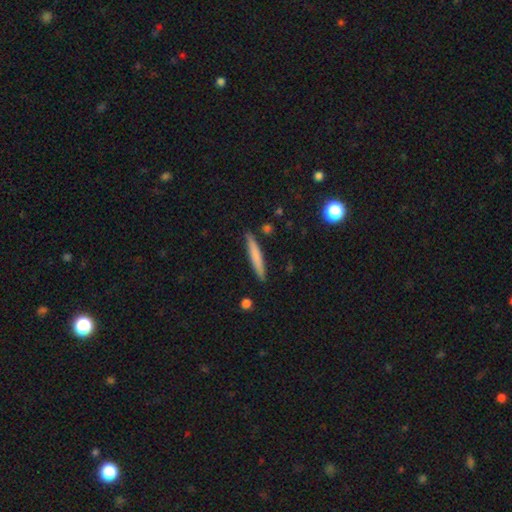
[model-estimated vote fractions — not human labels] Smooth or featured: smooth — 71% (featured or disk — 23%)
How rounded: cigar-shaped — 94% (in between — 4%)
Merging: none — 88% (minor disturbance — 8%)